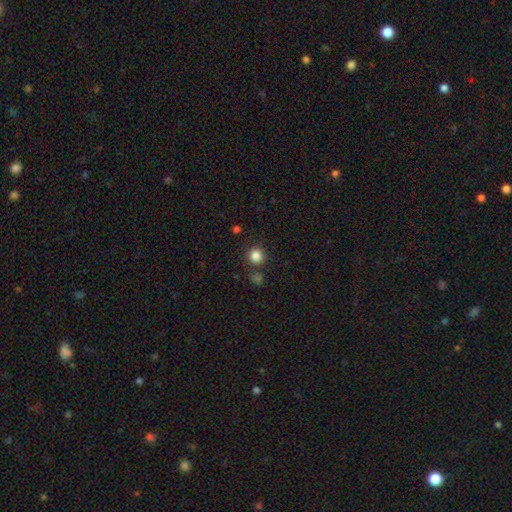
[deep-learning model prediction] Smooth or featured? smooth (84%)
How rounded? round (94%)
Merging? none (84%)